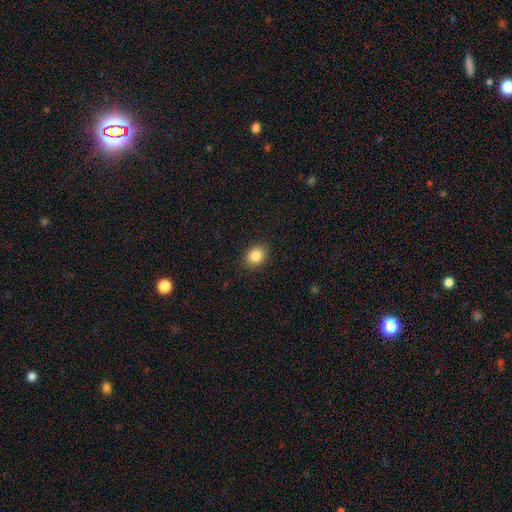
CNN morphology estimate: Smooth or featured: smooth — 86% (star or artifact — 9%)
How rounded: round — 53% (in between — 46%)
Merging: none — 89% (minor disturbance — 8%)